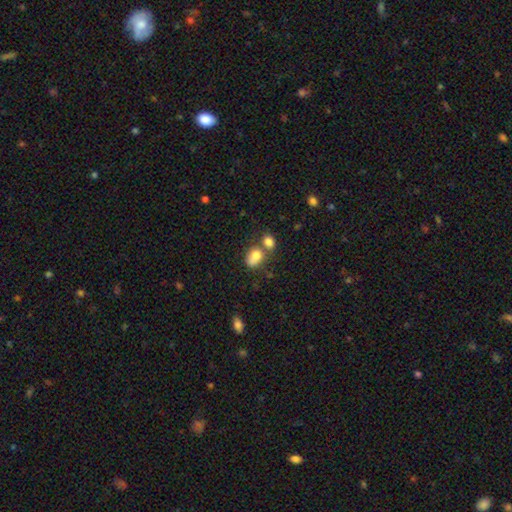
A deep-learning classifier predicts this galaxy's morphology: A smooth galaxy with no disk features (78%) that is in between round and cigar-shaped (60%). Merging: merger (49%).